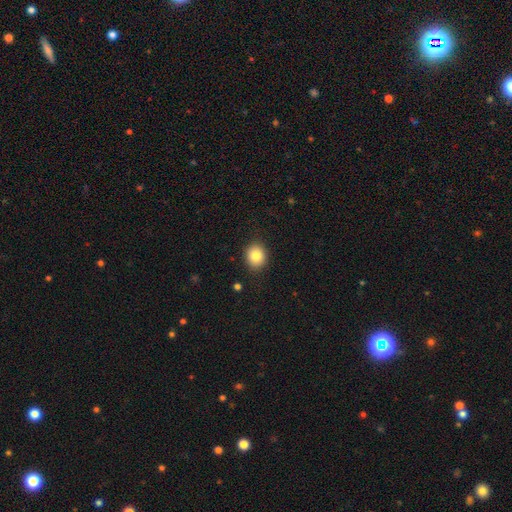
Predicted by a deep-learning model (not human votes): Smooth or featured? Predicted: smooth (p=0.84). How rounded? Predicted: round (p=0.69). Merging? Predicted: none (p=0.88).